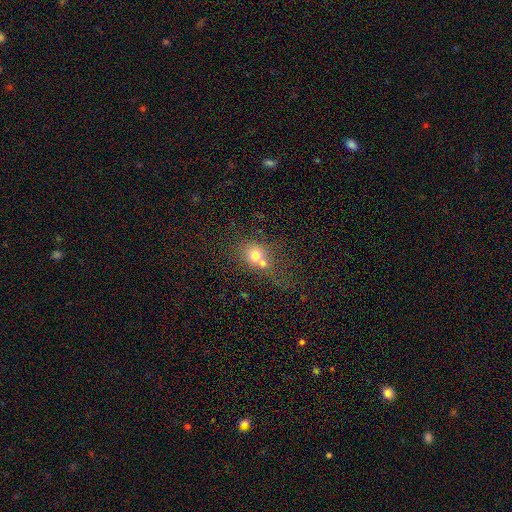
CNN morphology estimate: smooth 69%, featured or disk 18%, star or artifact 13%. Down the decision tree: how rounded — round (72%); merging — merger (53%).